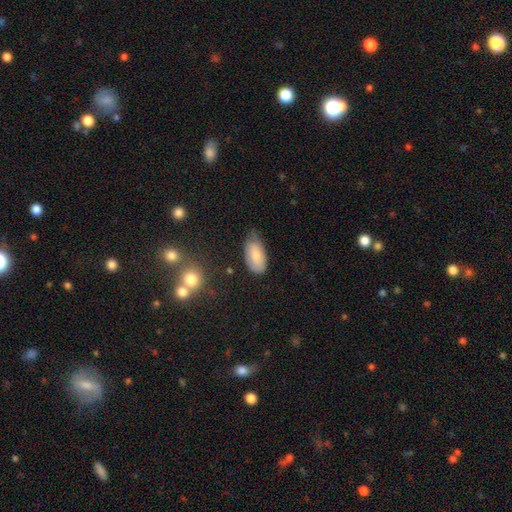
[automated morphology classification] This is likely a smooth galaxy (79%). How rounded: clearly in between (94%). Merging: possibly none (52%).